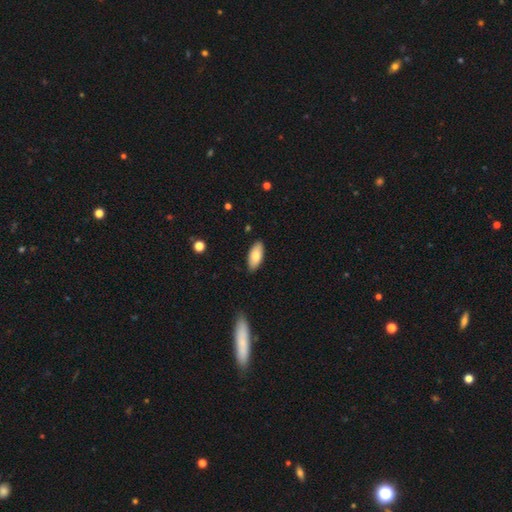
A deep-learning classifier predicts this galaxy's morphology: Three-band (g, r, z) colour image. It shows a smooth galaxy with no disk features (80%) that is in between round and cigar-shaped (90%). Merging: none (87%).